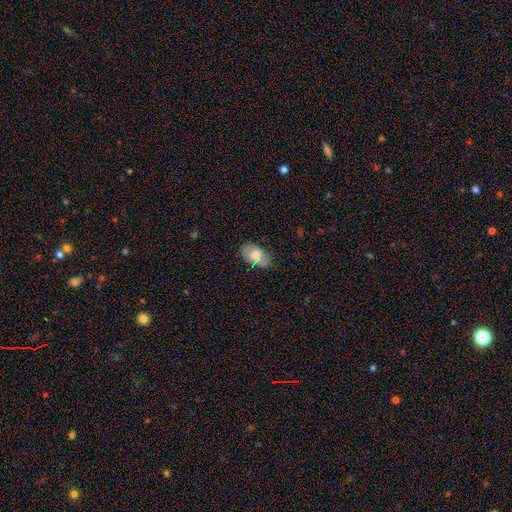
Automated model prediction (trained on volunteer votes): This appears to be a smooth galaxy with no disk features (73%) that is in between round and cigar-shaped (92%). Merging: none (73%).